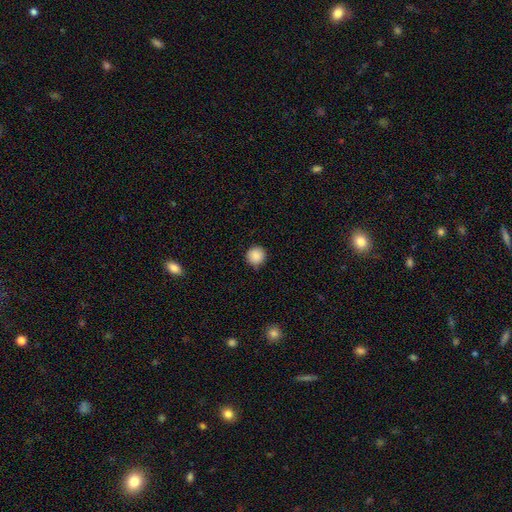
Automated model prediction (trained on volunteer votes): smooth 88%, star or artifact 9%, featured or disk 4%. Down the decision tree: how rounded — round (95%); merging — none (90%).